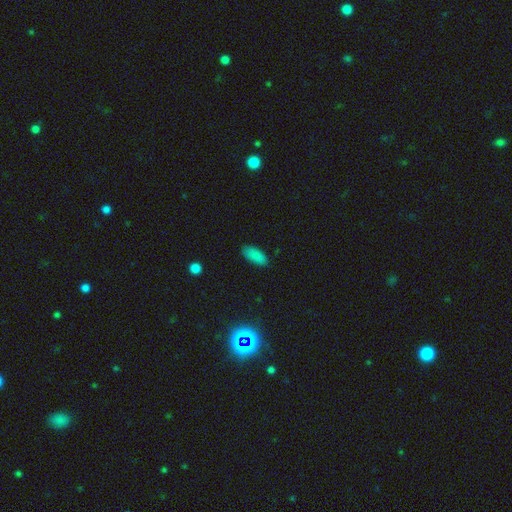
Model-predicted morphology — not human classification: This appears to be a smooth galaxy with no disk features (87%) that is in between round and cigar-shaped (83%). Merging: none (85%).